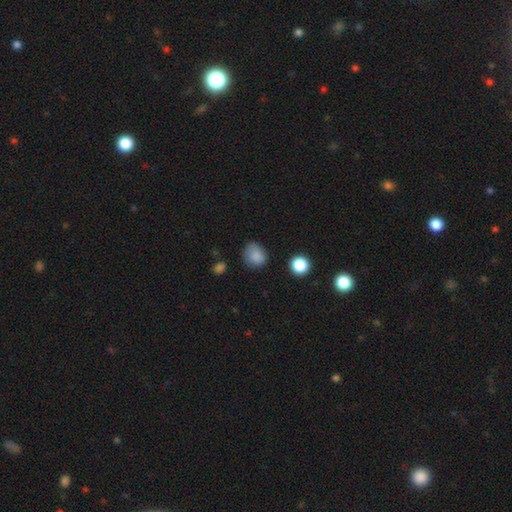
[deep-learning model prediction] A smooth galaxy with no disk features (84%) that is round (66%). Merging: none (66%).